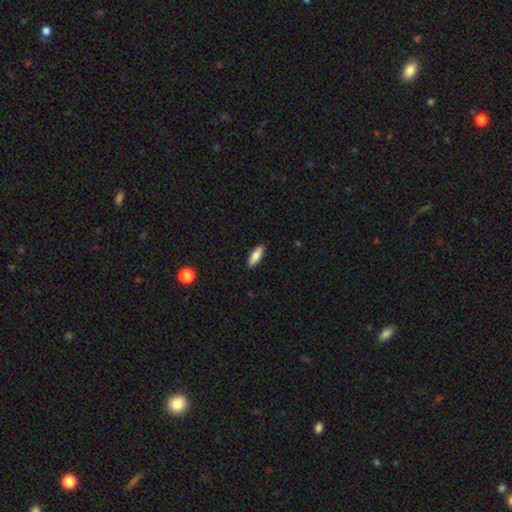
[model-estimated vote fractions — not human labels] A smooth galaxy with no disk features (84%) that is in between round and cigar-shaped (60%).

Vote fractions:
- Smooth or featured? smooth: 84% / featured or disk: 9% / star or artifact: 6%
- How rounded? in between: 60% / cigar-shaped: 38% / round: 2%
- Merging? none: 88% / minor disturbance: 9% / major disturbance: 2% / merger: 1%